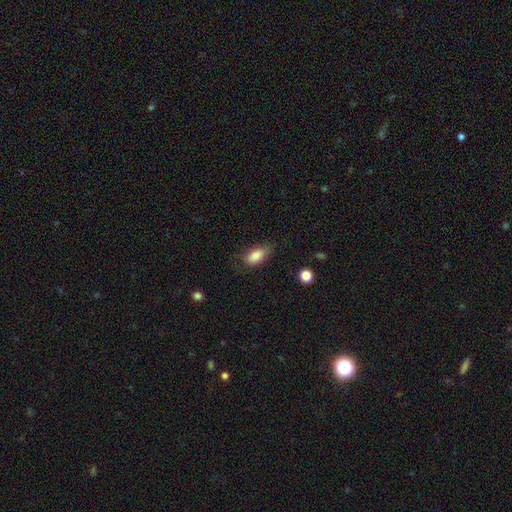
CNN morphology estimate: smooth-or-featured: smooth: 85% | star or artifact: 8% | featured or disk: 7%
  how-rounded: in between: 89% | cigar-shaped: 6% | round: 5%
  merging: none: 71% | minor disturbance: 21% | major disturbance: 6% | merger: 2%